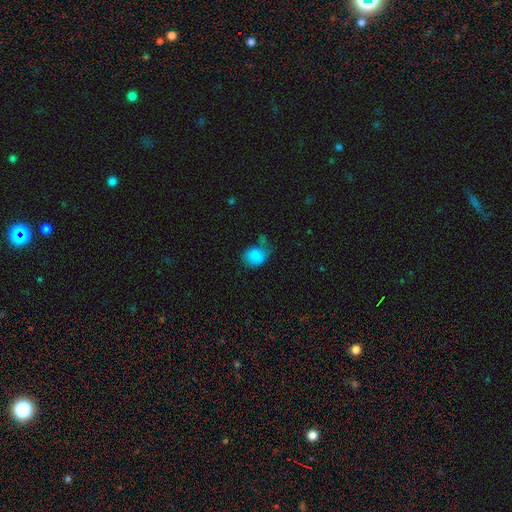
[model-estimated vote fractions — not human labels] smooth_or_featured: smooth (p=0.84) [alt: star or artifact p=0.09]
how_rounded: round (p=0.52) [alt: in between p=0.47]
merging: none (p=0.42) [alt: minor disturbance p=0.30]